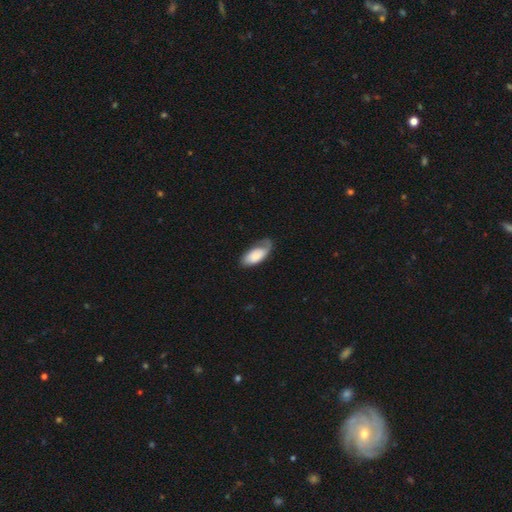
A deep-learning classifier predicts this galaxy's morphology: This appears to be a smooth galaxy with no disk features (65%) that is in between round and cigar-shaped (91%). Merging: none (43%).